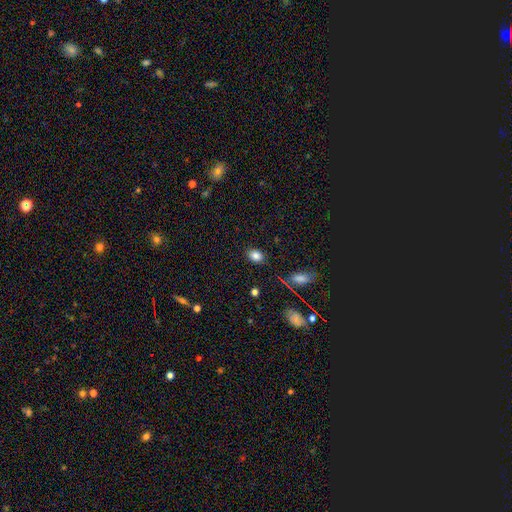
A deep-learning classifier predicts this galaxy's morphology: smooth_or_featured: smooth (p=0.83) [alt: star or artifact p=0.10]
how_rounded: in between (p=0.66) [alt: round p=0.33]
merging: none (p=0.85) [alt: minor disturbance p=0.10]